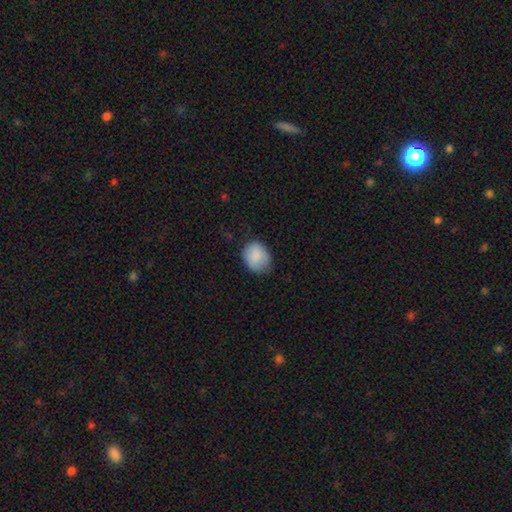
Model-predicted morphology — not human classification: Overall: smooth (87%). How rounded: in between (50%; round 49%). Merging: none (72%).